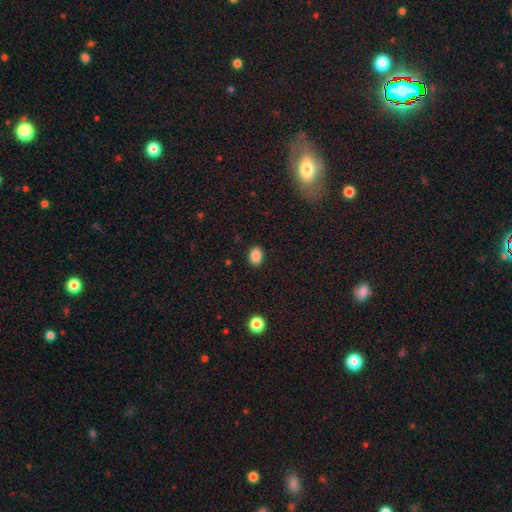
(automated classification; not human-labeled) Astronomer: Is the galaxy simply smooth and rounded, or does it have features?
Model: smooth — 88%.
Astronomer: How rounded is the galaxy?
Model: in between — 70%.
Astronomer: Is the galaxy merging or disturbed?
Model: none — 89%.